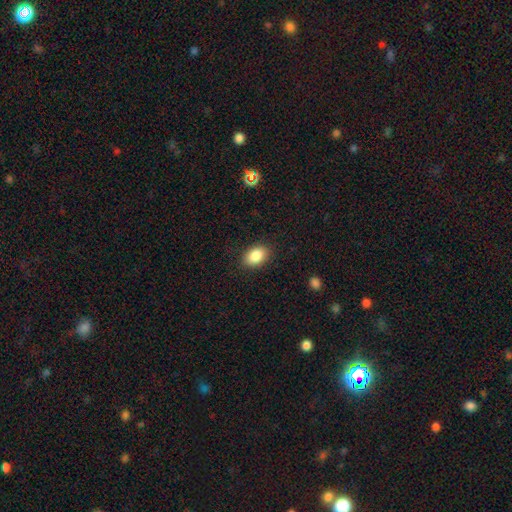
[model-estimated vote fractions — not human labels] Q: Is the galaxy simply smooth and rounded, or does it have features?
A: smooth — 87%.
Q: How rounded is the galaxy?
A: in between — 84%.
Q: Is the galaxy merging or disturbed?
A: none — 87%.